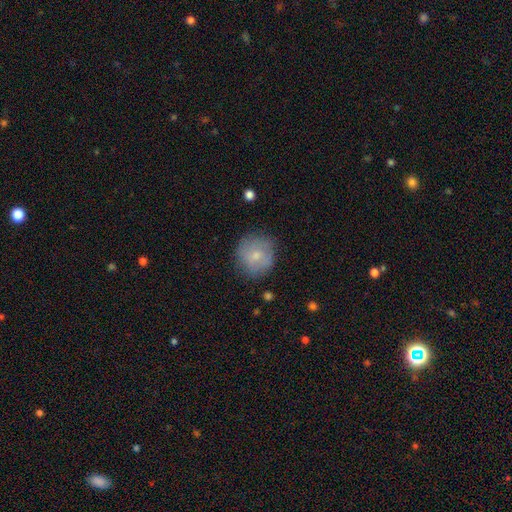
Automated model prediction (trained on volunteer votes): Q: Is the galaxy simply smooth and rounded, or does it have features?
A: smooth — 71%.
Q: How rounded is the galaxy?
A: round — 90%.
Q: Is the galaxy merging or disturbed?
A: none — 78%.